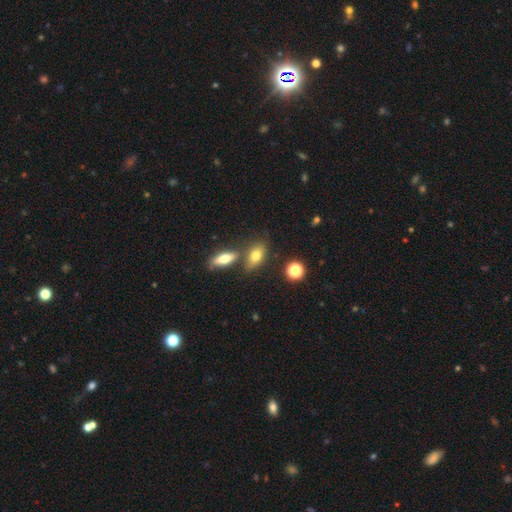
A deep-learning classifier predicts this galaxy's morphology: This is likely a smooth galaxy (75%). How rounded: likely in between (78%). Merging: likely none (64%).